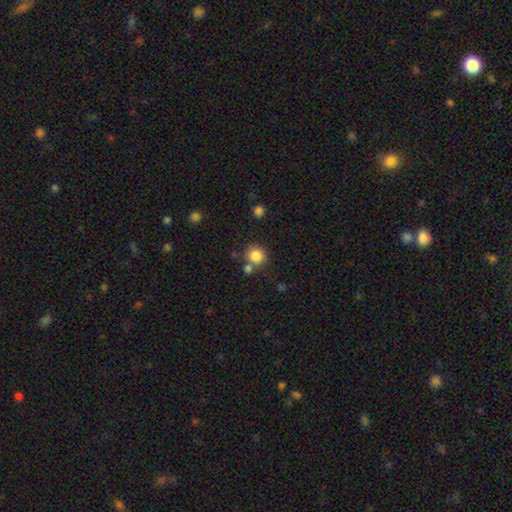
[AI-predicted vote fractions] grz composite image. It shows a smooth galaxy with no disk features (84%) that is round (90%). Merging: none (71%).